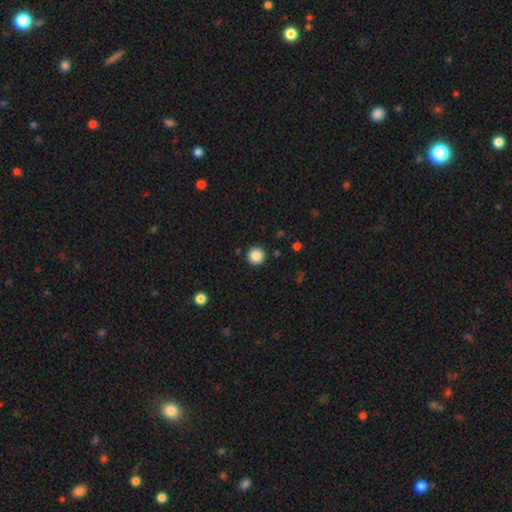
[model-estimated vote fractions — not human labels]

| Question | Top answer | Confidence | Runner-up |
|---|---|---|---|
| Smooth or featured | smooth | 86% | star or artifact (10%) |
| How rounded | round | 96% | in between (3%) |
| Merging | none | 91% | minor disturbance (5%) |